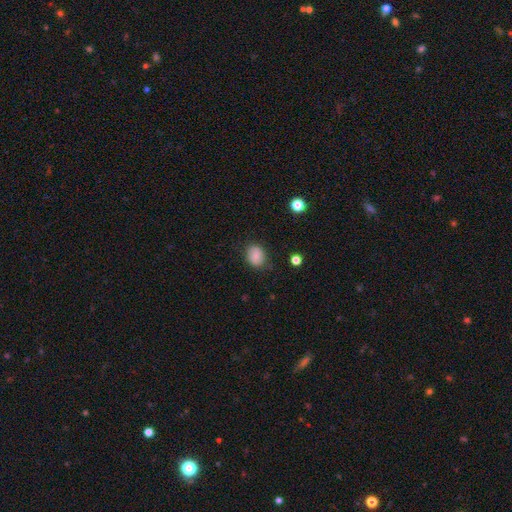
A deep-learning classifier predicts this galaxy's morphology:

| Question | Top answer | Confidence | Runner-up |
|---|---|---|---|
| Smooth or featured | smooth | 81% | featured or disk (10%) |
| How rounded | in between | 54% | round (45%) |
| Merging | none | 79% | minor disturbance (16%) |